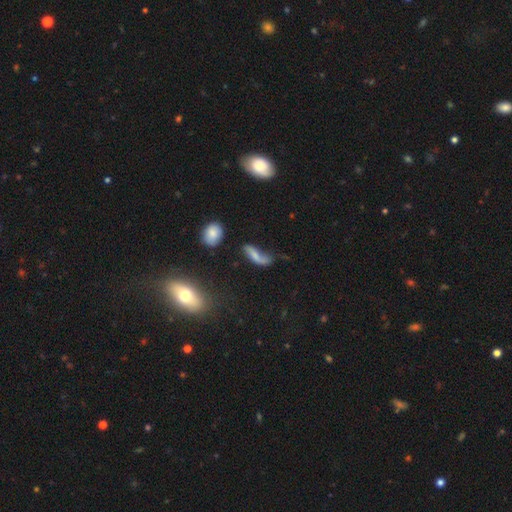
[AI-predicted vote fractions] Smooth or featured?
  - smooth: 46% *
  - featured or disk: 42%
  - star or artifact: 12%
Merging?
  - none: 34% *
  - major disturbance: 30%
  - minor disturbance: 24%
  - merger: 12%